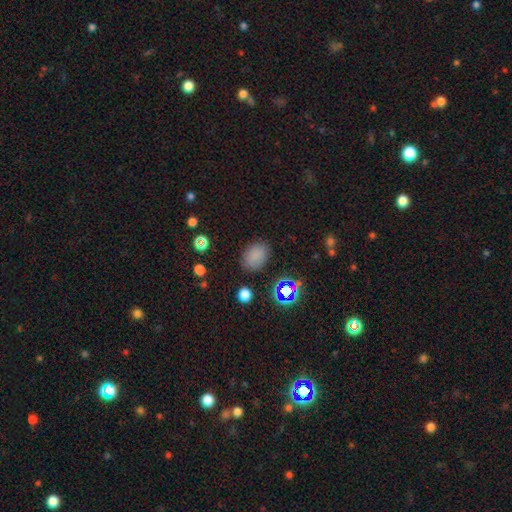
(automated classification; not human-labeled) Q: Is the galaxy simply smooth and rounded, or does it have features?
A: smooth — 78%.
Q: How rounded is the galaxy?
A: in between — 79%.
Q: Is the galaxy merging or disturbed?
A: none — 83%.